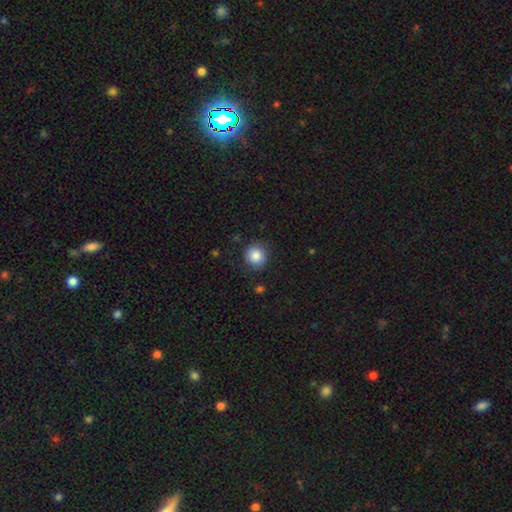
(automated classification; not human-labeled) A smooth galaxy with no disk features (85%) that is round (90%). Merging: none (87%).